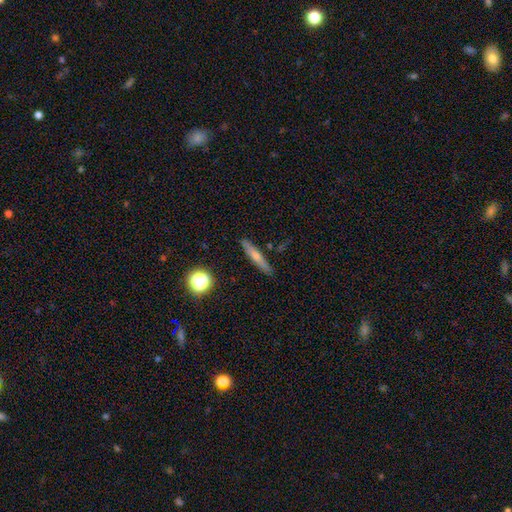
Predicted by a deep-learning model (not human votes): Overall: smooth (46%; featured or disk 44%). Merging: none (87%).